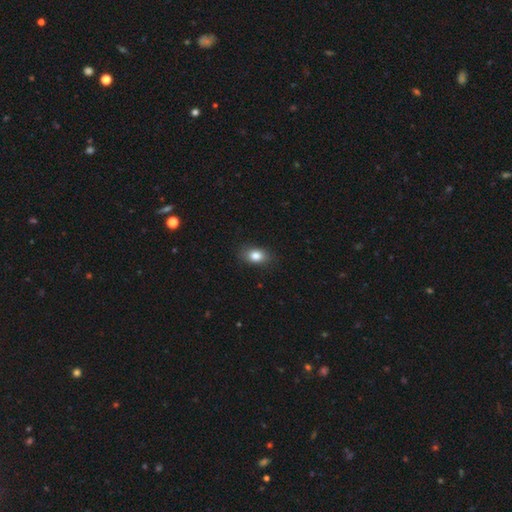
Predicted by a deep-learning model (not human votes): Overall: smooth (84%). How rounded: in between (78%). Merging: none (85%).